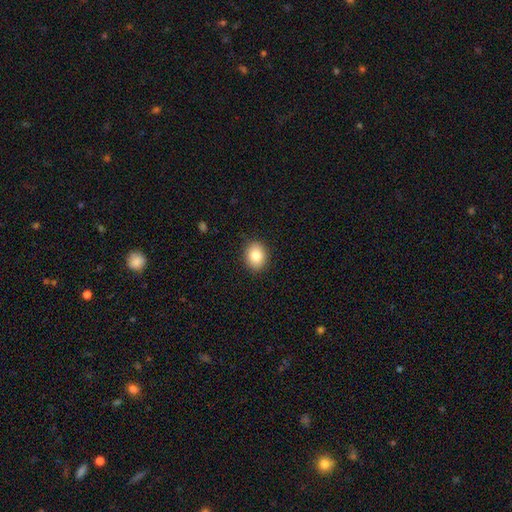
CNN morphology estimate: The model was most divided on "how rounded": round: 53%, in between: 46%, cigar-shaped: 1%. More confident: merging — none (90%); smooth or featured — smooth (82%).